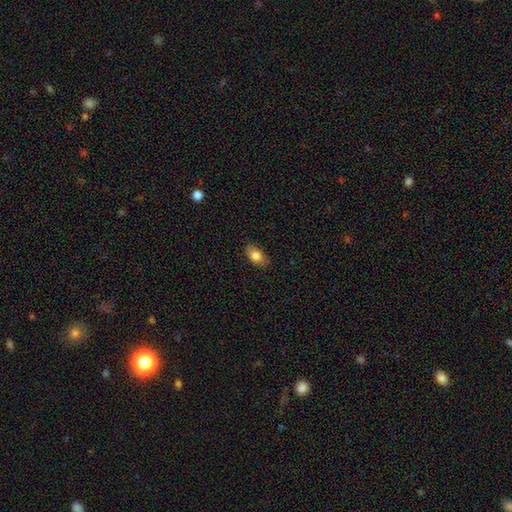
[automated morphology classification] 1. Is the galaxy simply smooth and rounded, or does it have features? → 81% smooth, 11% featured or disk, 8% star or artifact.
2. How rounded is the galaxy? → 90% in between, 7% round, 3% cigar-shaped.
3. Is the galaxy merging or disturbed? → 83% none, 13% minor disturbance, 2% major disturbance, 1% merger.